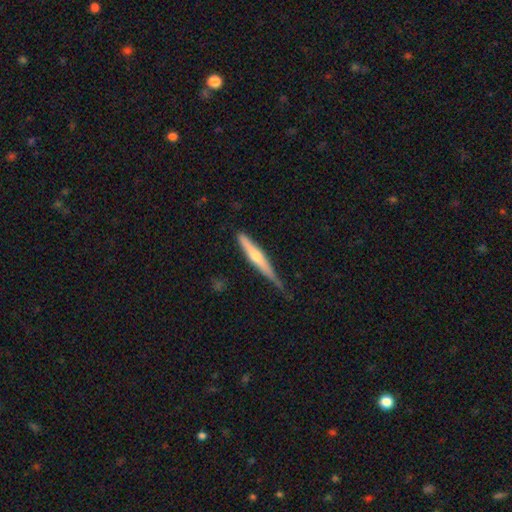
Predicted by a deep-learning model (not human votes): This appears to be a featured or disk galaxy (57%) viewed edge-on (96%) with a rounded central bulge (82%). Merging: none (63%).